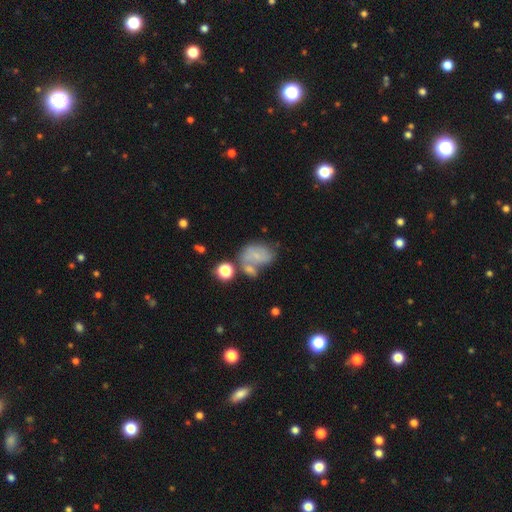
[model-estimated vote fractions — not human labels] This is possibly a smooth galaxy (52%). How rounded: likely in between (67%). Merging: marginally merger (34%).